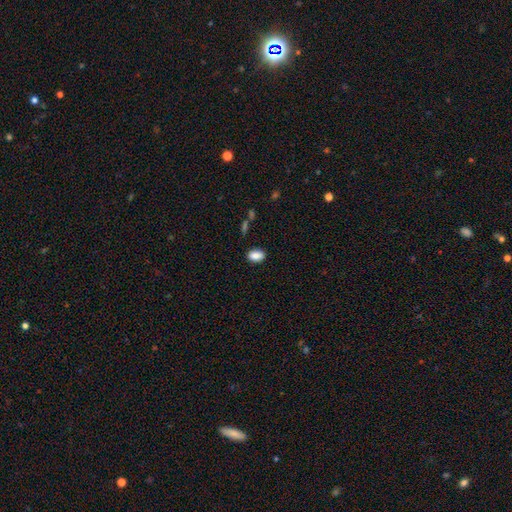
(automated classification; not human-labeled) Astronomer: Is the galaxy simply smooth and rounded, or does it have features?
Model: smooth — 87%.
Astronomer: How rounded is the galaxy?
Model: in between — 84%.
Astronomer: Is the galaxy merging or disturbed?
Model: none — 86%.